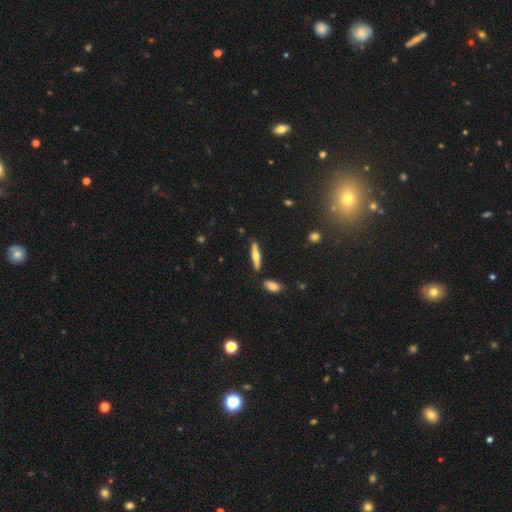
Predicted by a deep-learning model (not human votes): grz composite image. It shows a smooth galaxy with no disk features (54%) that is cigar-shaped (82%). Merging: none (84%).